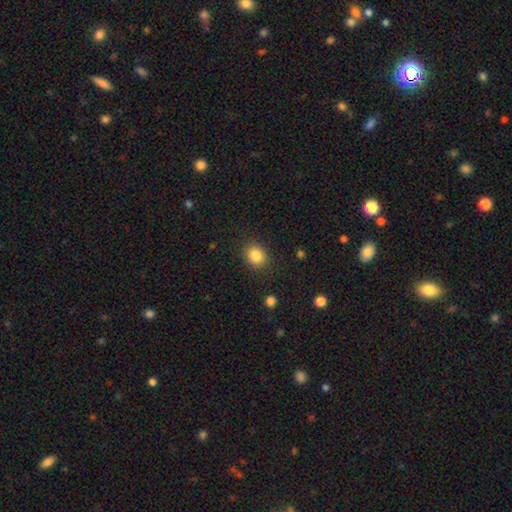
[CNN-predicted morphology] The model was most divided on "how rounded": round: 60%, in between: 39%, cigar-shaped: 1%. More confident: merging — none (87%); smooth or featured — smooth (85%).